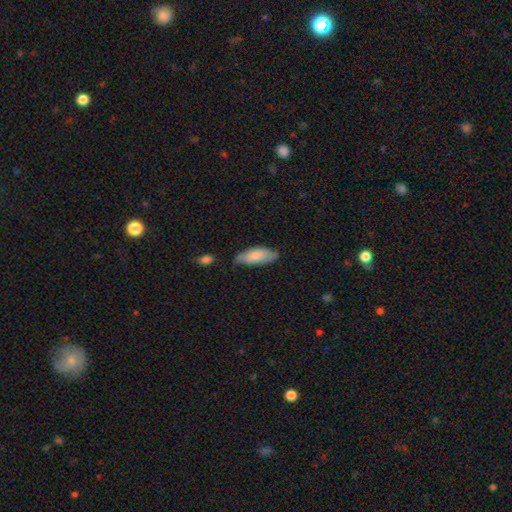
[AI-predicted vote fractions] This appears to be a smooth galaxy with no disk features (73%) that is in between round and cigar-shaped (78%). Merging: none (61%).